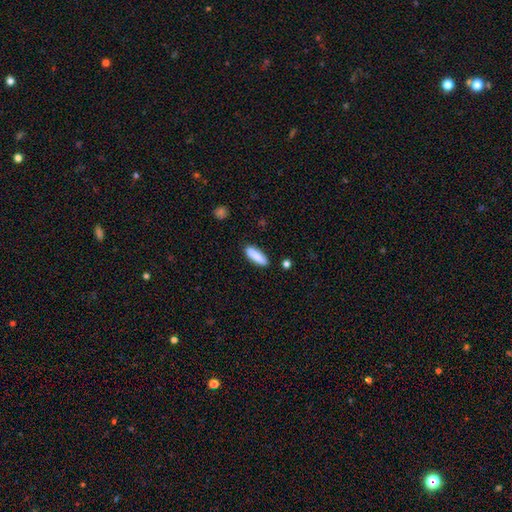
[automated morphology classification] Q: Smooth or featured?
A: smooth (86%); runner-up: featured or disk (8%)
Q: How rounded?
A: cigar-shaped (50%); runner-up: in between (48%)
Q: Merging?
A: none (84%); runner-up: minor disturbance (11%)